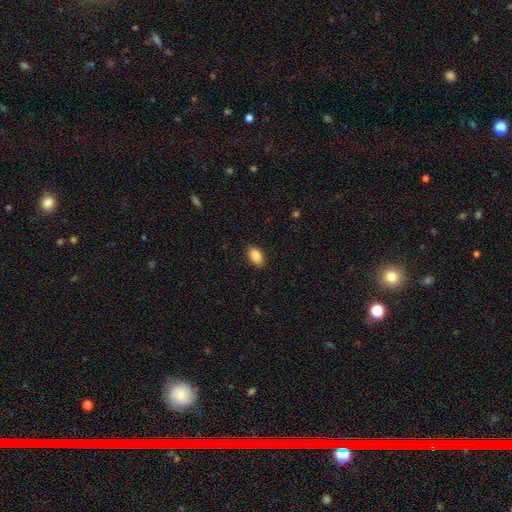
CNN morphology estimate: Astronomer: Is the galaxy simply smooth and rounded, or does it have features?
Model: smooth — 88%.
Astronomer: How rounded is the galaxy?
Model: in between — 91%.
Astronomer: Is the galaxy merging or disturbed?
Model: none — 88%.